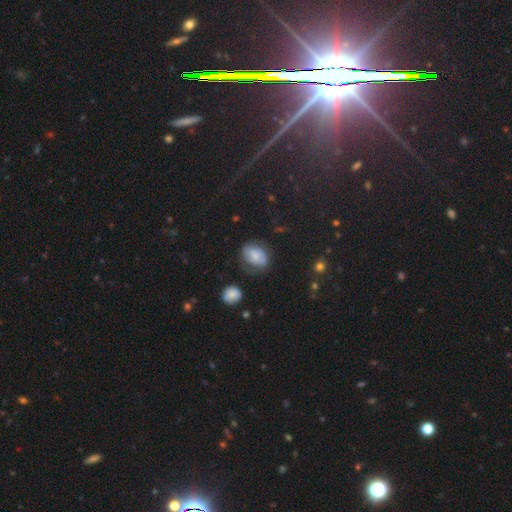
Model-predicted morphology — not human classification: The model was most divided on "merging": none: 57%, minor disturbance: 28%, major disturbance: 11%, merger: 3%. More confident: how rounded — in between (74%); smooth or featured — smooth (71%).